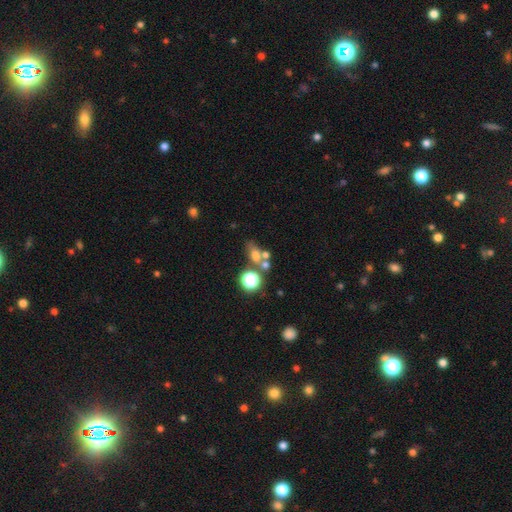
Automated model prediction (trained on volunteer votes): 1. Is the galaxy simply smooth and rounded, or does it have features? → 59% smooth, 22% star or artifact, 19% featured or disk.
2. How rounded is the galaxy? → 53% in between, 42% round, 6% cigar-shaped.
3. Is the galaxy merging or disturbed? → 42% none, 38% merger, 12% minor disturbance, 8% major disturbance.